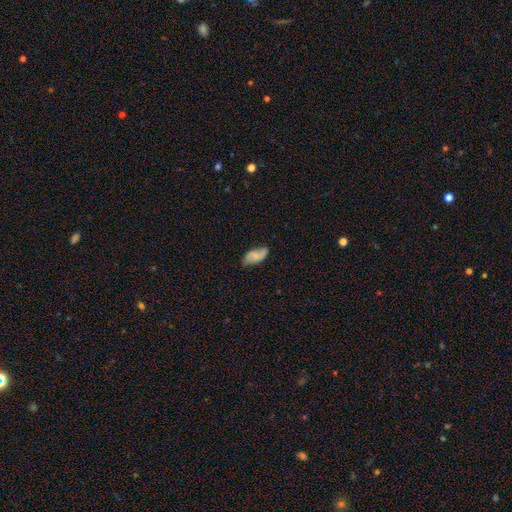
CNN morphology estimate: The model was most divided on "smooth or featured": smooth: 47%, featured or disk: 45%, star or artifact: 8%. More confident: merging — none (72%).